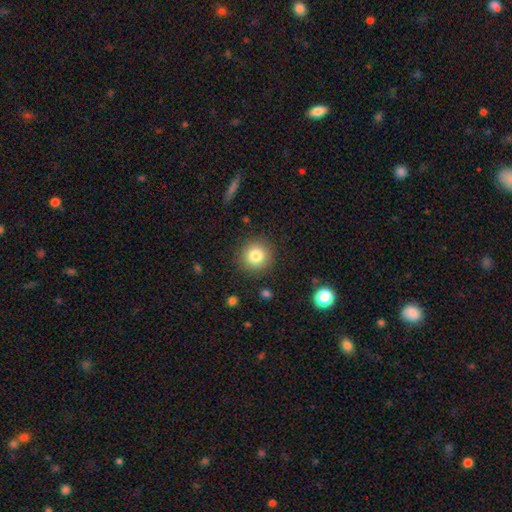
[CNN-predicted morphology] Smooth or featured?
  - smooth: 82% *
  - star or artifact: 11%
  - featured or disk: 8%
How rounded?
  - round: 93% *
  - in between: 6%
  - cigar-shaped: 1%
Merging?
  - none: 89% *
  - minor disturbance: 7%
  - major disturbance: 3%
  - merger: 1%